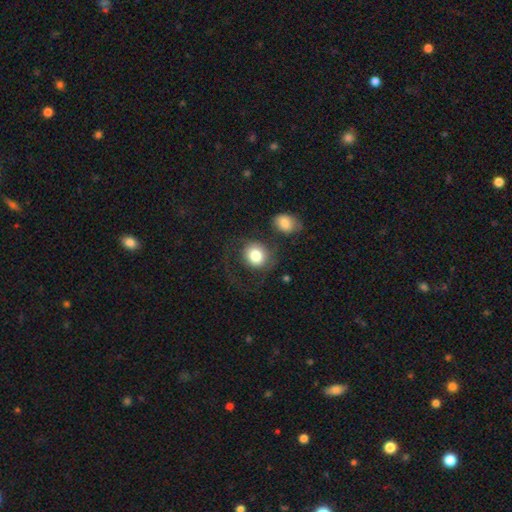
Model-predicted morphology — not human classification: Smooth or featured? smooth (79%)
How rounded? round (81%)
Merging? none (53%)